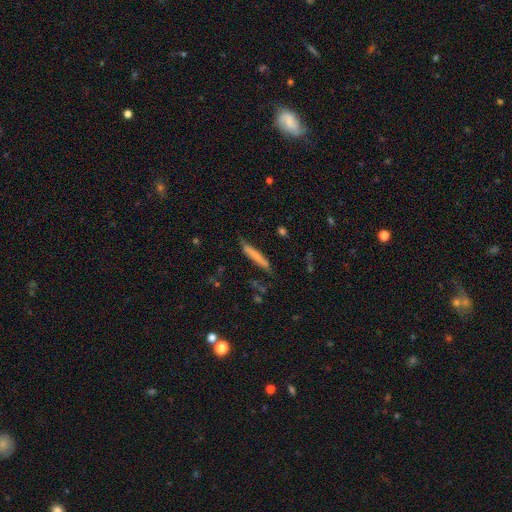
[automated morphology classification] Q: Smooth or featured?
A: smooth (66%); runner-up: featured or disk (27%)
Q: How rounded?
A: cigar-shaped (94%); runner-up: in between (5%)
Q: Merging?
A: none (75%); runner-up: minor disturbance (18%)